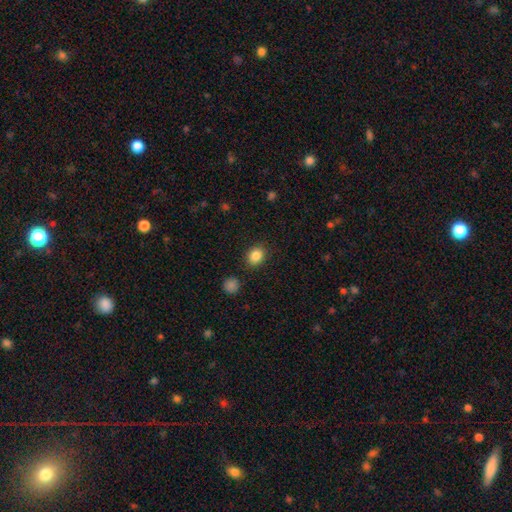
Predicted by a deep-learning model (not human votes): This appears to be a smooth galaxy with no disk features (86%) that is round (53%). Merging: none (85%).